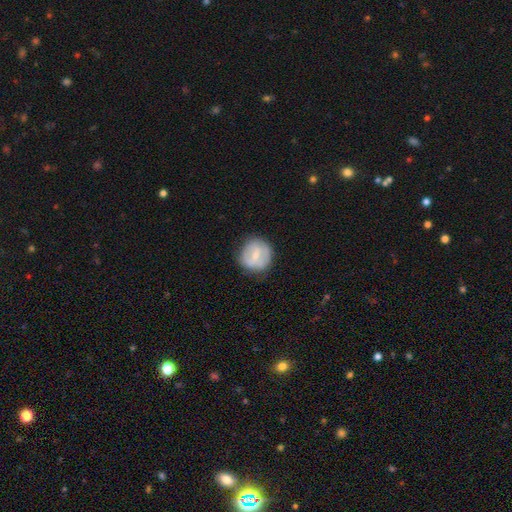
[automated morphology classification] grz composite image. It shows a smooth galaxy with no disk features (56%) that is round (89%). Merging: none (74%).